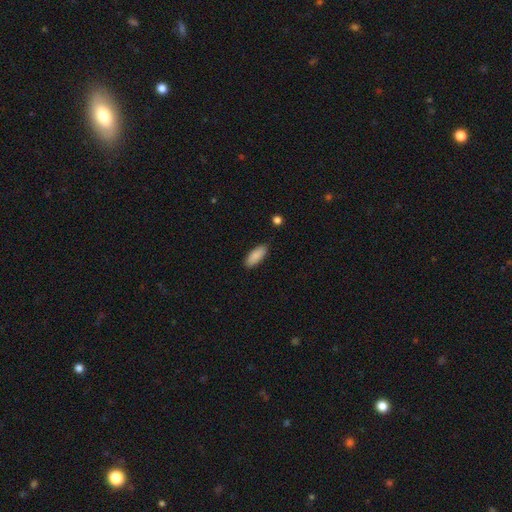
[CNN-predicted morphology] This appears to be a smooth galaxy with no disk features (89%) that is in between round and cigar-shaped (76%). Merging: none (87%).